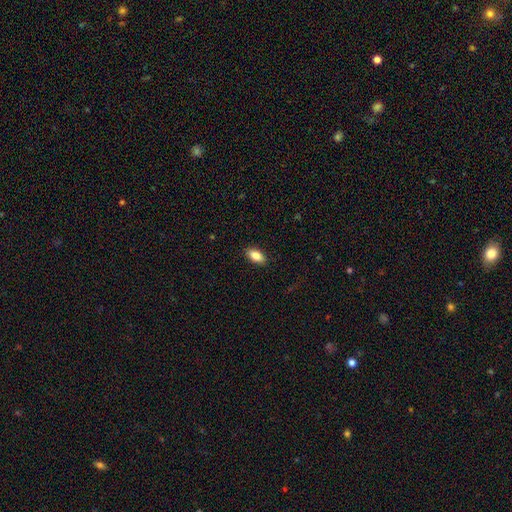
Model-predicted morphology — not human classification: type=smooth (85%); roundness=in between (90%); merging=none (88%).